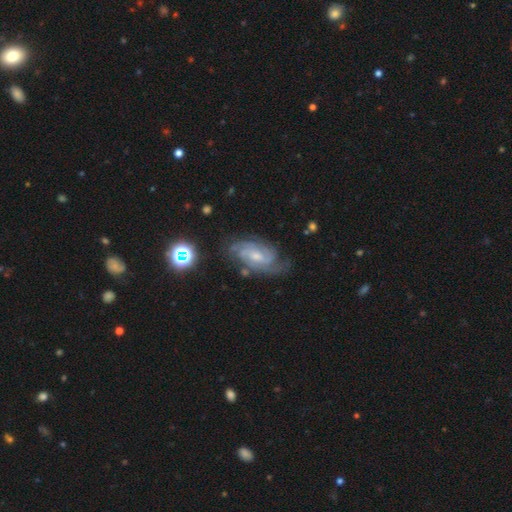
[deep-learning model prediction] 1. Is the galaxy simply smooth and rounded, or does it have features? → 85% featured or disk, 8% smooth, 7% star or artifact.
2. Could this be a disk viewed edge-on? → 96% no, 4% yes.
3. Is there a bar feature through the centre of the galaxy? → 45% weak, 44% no, 11% strong.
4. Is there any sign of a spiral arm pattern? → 97% yes, 3% no.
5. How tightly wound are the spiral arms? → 54% tight, 38% medium, 8% loose.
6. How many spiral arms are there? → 36% 2, 26% 3, 21% can't tell, 8% 4, 4% 1, 4% more than 4.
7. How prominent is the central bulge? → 48% small, 41% moderate, 7% none, 3% large, 1% dominant.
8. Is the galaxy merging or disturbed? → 70% none, 19% minor disturbance, 8% major disturbance, 3% merger.